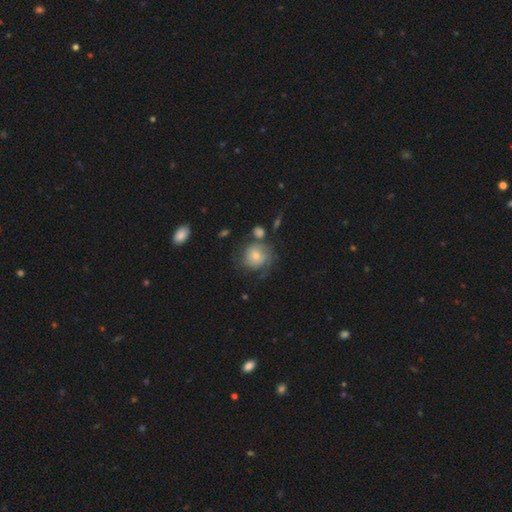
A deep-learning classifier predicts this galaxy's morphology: The model was most divided on "bulge size" (2-way tie): moderate: 45%, small: 45%, large: 6%, none: 3%, dominant: 2%. More confident: edge-on disk — no (97%); spiral arms — yes (81%); bar — no (78%); smooth or featured — featured or disk (55%); merging — none (53%).